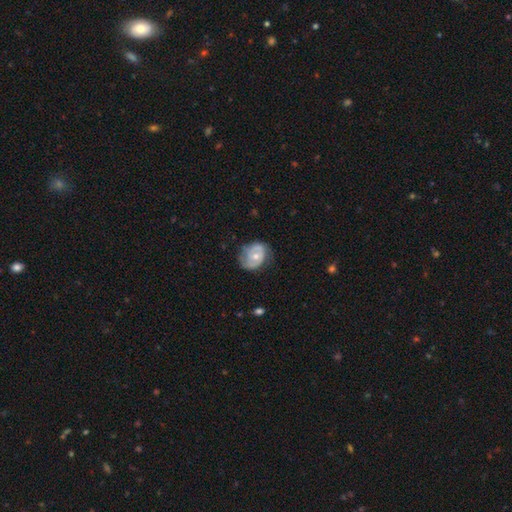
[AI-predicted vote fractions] A featured or disk galaxy (62%) with no bar (70%), spiral arms (71%) and a moderate central bulge (58%).

Vote fractions:
- Smooth or featured? featured or disk: 62% / smooth: 32% / star or artifact: 6%
- Edge-on disk? no: 97% / yes: 3%
- Bar? no: 70% / weak: 24% / strong: 6%
- Spiral arms? yes: 71% / no: 29%
- Bulge size? moderate: 58% / small: 38% / large: 2% / none: 1% / dominant: 1%
- Merging? none: 58% / minor disturbance: 29% / major disturbance: 12% / merger: 1%